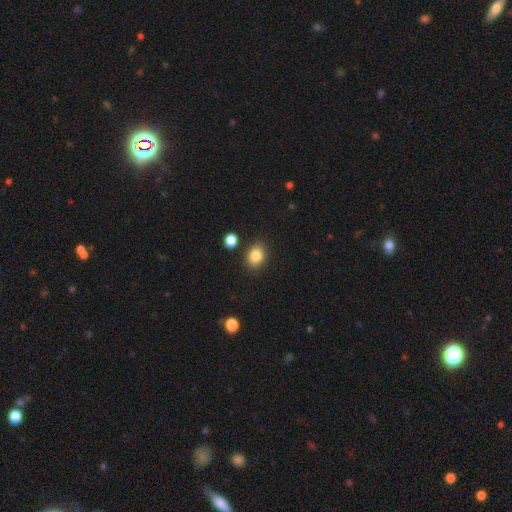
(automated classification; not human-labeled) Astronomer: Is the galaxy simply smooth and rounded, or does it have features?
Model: smooth — 85%.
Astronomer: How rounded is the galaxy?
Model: in between — 57% (runner-up: round, 42%).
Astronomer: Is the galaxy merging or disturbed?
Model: none — 85%.